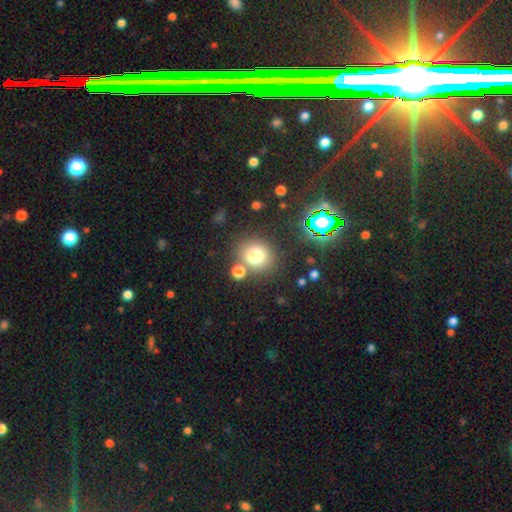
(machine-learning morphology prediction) smooth_or_featured: smooth (p=0.74) [alt: star or artifact p=0.17]
how_rounded: round (p=0.84) [alt: in between p=0.15]
merging: none (p=0.75) [alt: merger p=0.11]